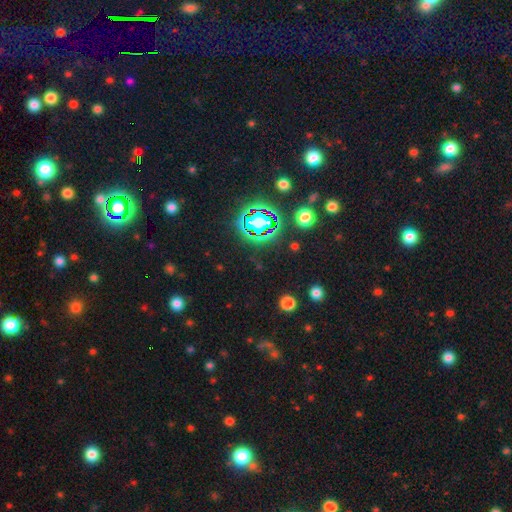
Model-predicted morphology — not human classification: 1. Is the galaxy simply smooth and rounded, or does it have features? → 77% star or artifact, 15% smooth, 8% featured or disk.